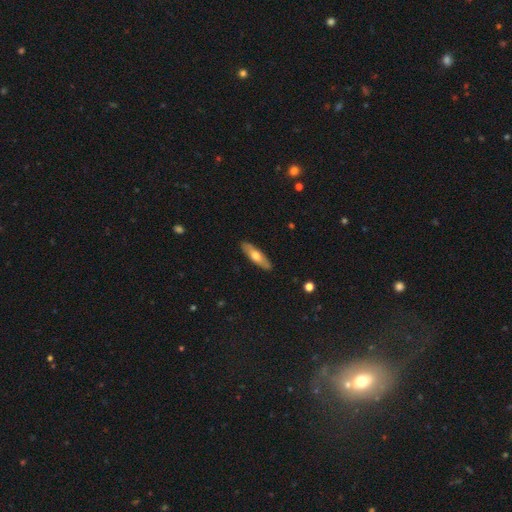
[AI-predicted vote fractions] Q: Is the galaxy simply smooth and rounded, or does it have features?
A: smooth — 55%.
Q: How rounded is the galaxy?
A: cigar-shaped — 61%.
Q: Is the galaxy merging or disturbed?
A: none — 90%.